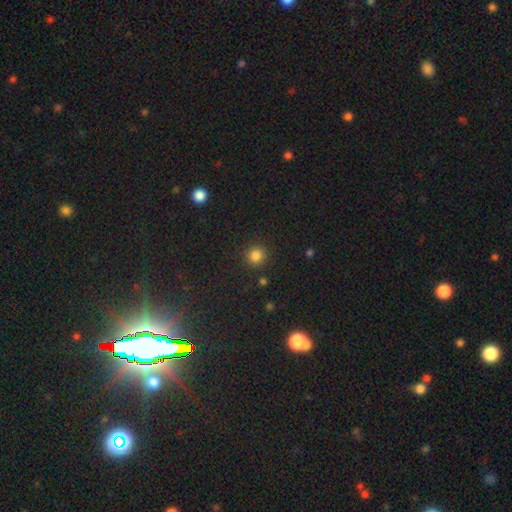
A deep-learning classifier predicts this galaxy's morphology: A smooth galaxy with no disk features (83%) that is round (92%). Merging: none (90%).